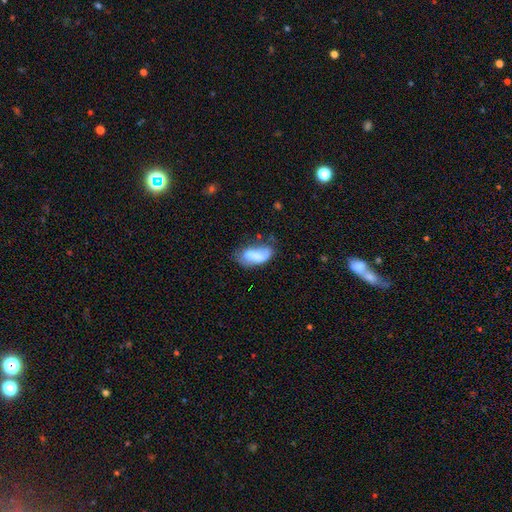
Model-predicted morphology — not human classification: smooth-or-featured: smooth: 64% | featured or disk: 28% | star or artifact: 8%
  how-rounded: in between: 86% | cigar-shaped: 10% | round: 3%
  merging: none: 33% | minor disturbance: 29% | major disturbance: 22% | merger: 16%